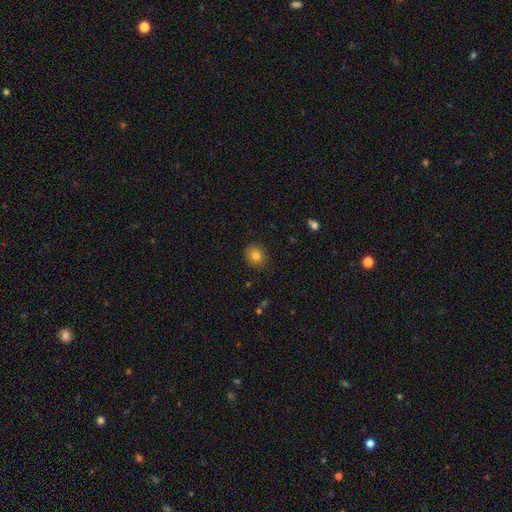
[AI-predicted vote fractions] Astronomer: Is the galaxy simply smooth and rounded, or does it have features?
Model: smooth — 82%.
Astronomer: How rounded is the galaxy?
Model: round — 72%.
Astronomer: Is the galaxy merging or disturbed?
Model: none — 87%.